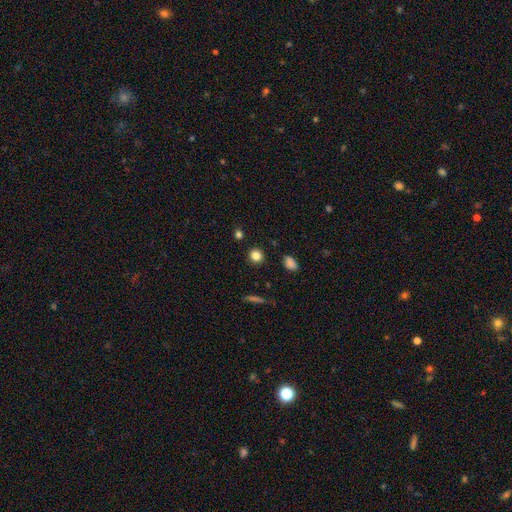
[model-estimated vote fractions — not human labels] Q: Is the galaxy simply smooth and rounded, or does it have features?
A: smooth — 83%.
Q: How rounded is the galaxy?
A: round — 89%.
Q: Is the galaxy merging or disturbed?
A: none — 90%.